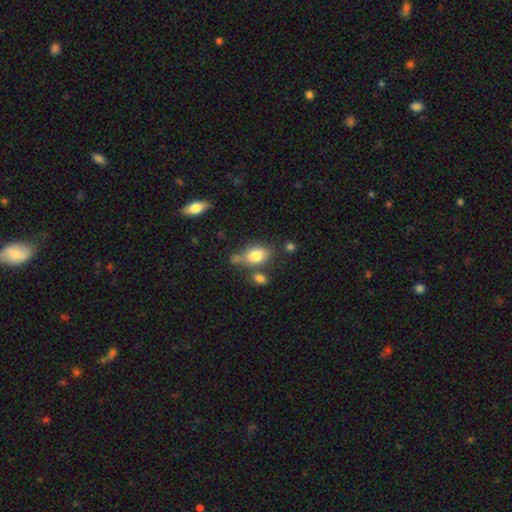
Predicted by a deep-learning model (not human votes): Smooth or featured?
  - smooth: 80% *
  - featured or disk: 11%
  - star or artifact: 9%
How rounded?
  - in between: 76% *
  - round: 23%
  - cigar-shaped: 2%
Merging?
  - none: 57% *
  - merger: 18%
  - minor disturbance: 18%
  - major disturbance: 6%